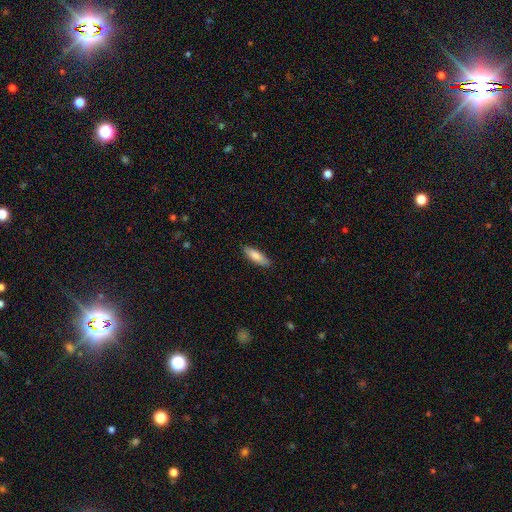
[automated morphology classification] Smooth or featured: smooth — 83% (featured or disk — 11%)
How rounded: in between — 50% (cigar-shaped — 49%)
Merging: none — 87% (minor disturbance — 10%)